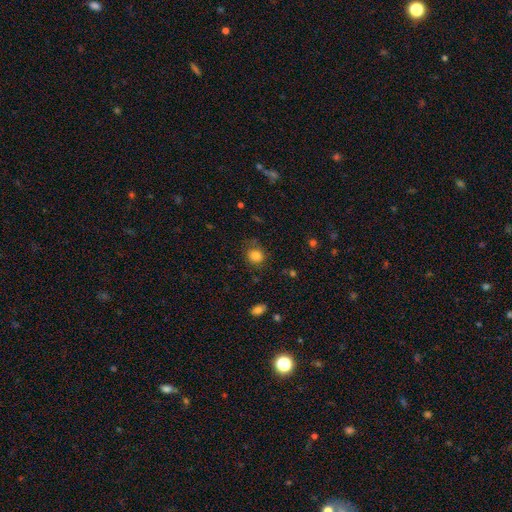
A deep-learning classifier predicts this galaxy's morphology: Smooth or featured? Predicted: smooth (p=0.82). How rounded? Predicted: round (p=0.78). Merging? Predicted: none (p=0.74).